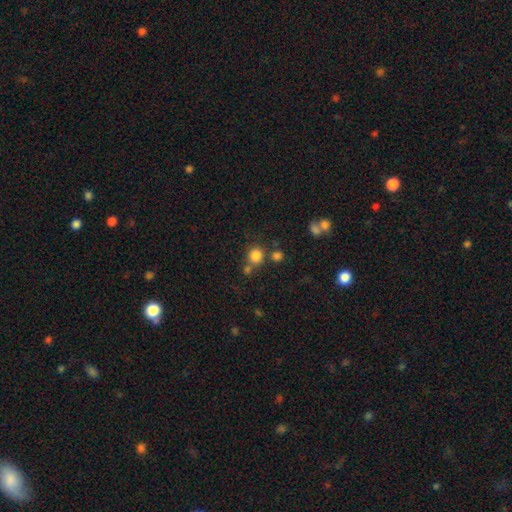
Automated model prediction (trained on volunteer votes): smooth_or_featured: smooth (p=0.81) [alt: star or artifact p=0.13]
how_rounded: round (p=0.88) [alt: in between p=0.11]
merging: none (p=0.65) [alt: merger p=0.21]